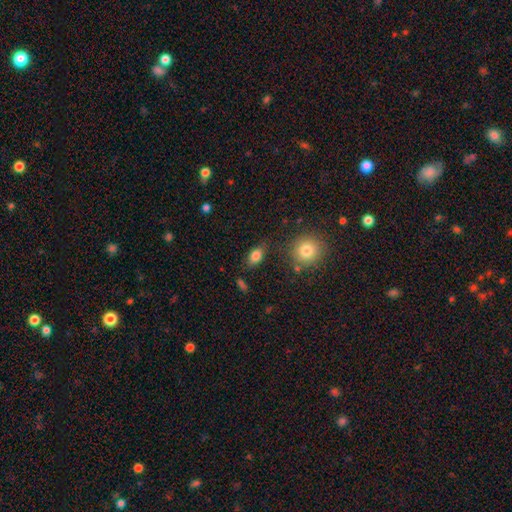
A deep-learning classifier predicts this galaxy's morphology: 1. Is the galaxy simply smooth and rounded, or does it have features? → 83% smooth, 10% star or artifact, 7% featured or disk.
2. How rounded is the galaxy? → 84% in between, 13% round, 3% cigar-shaped.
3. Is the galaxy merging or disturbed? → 76% none, 16% minor disturbance, 4% major disturbance, 4% merger.